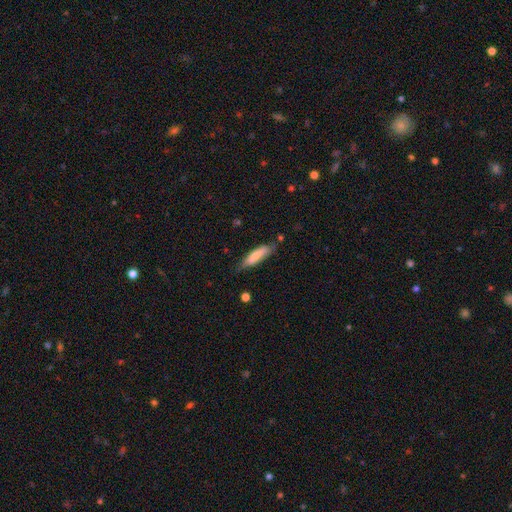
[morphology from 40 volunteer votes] smooth-or-featured: smooth: 80% | featured or disk: 20% | star or artifact: 0%
  how-rounded: cigar-shaped: 72% | in between: 28% | round: 0%
  merging: none: 78% | minor disturbance: 15% | major disturbance: 5% | merger: 2%